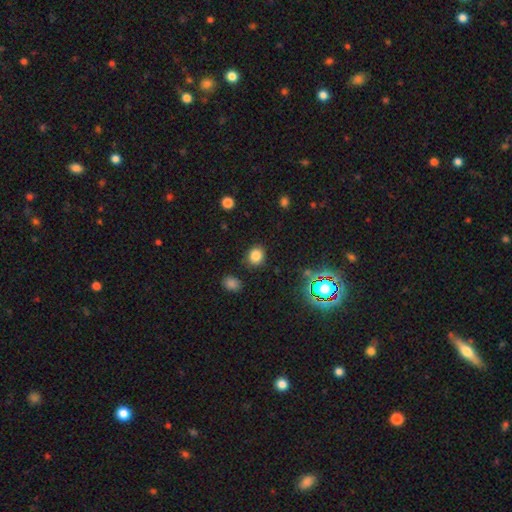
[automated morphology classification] type=smooth (81%); roundness=round (69%); merging=none (85%).